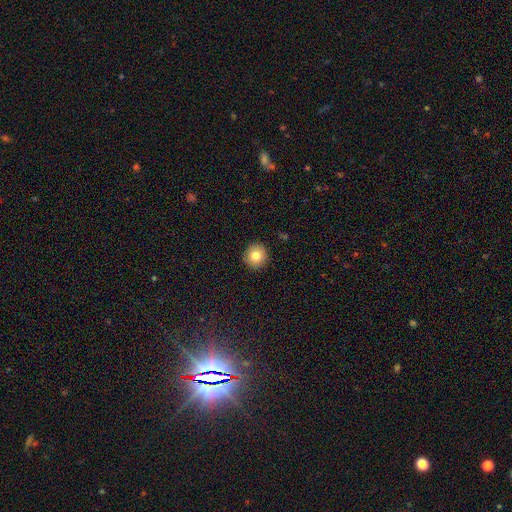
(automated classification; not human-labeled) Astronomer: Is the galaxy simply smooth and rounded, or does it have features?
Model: smooth — 80%.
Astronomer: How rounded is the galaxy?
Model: round — 93%.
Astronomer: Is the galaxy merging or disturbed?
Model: none — 92%.